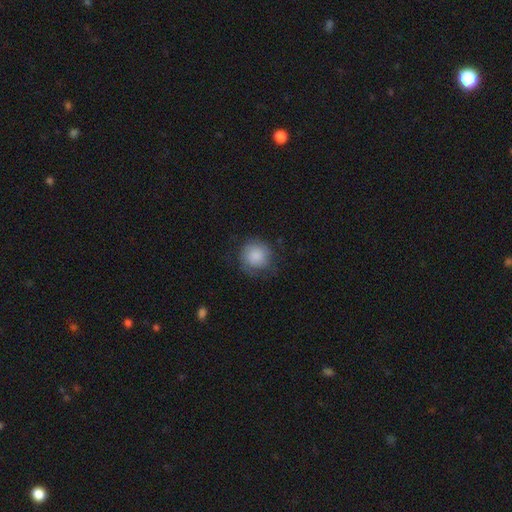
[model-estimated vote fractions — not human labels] This appears to be a smooth galaxy with no disk features (79%) that is round (91%). Merging: none (69%).